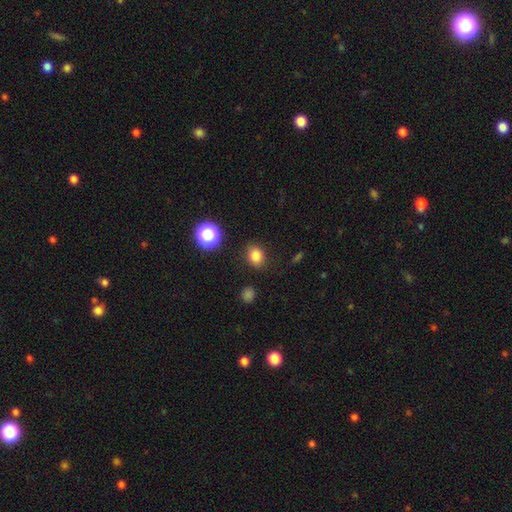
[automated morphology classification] Smooth or featured?
  - smooth: 81% *
  - star or artifact: 13%
  - featured or disk: 5%
How rounded?
  - in between: 50% *
  - round: 49%
  - cigar-shaped: 1%
Merging?
  - none: 85% *
  - minor disturbance: 10%
  - major disturbance: 3%
  - merger: 2%